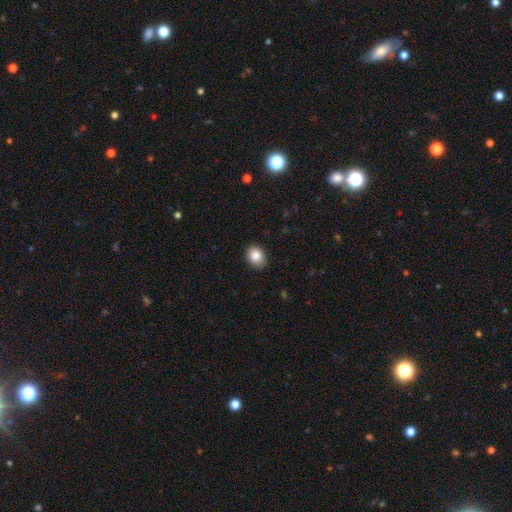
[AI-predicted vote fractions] Smooth or featured: smooth — 87% (star or artifact — 9%)
How rounded: in between — 52% (round — 47%)
Merging: none — 83% (minor disturbance — 13%)